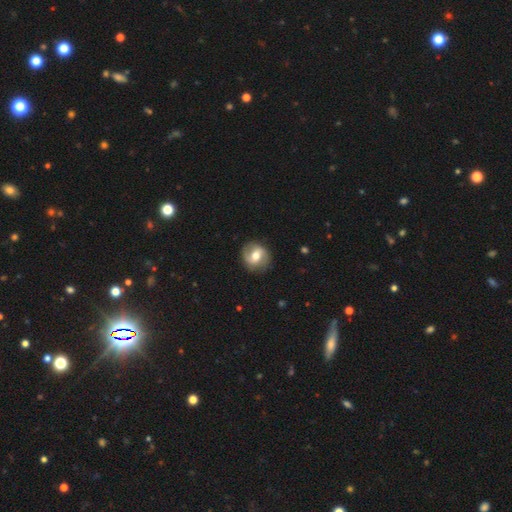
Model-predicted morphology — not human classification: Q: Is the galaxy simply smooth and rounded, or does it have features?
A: featured or disk — 65%.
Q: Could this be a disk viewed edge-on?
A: no — 97%.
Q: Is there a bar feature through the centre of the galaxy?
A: weak — 46%.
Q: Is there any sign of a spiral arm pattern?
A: yes — 79%.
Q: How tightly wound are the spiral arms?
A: medium — 45%.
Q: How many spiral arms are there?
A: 2 — 86%.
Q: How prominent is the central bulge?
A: moderate — 73%.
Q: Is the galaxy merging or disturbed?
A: none — 85%.